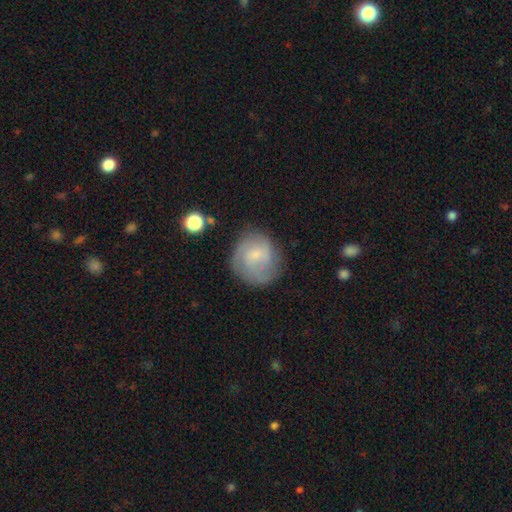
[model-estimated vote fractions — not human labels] smooth-or-featured: smooth: 52% | featured or disk: 40% | star or artifact: 8%
  how-rounded: round: 82% | in between: 17% | cigar-shaped: 1%
  merging: none: 66% | minor disturbance: 22% | major disturbance: 10% | merger: 2%